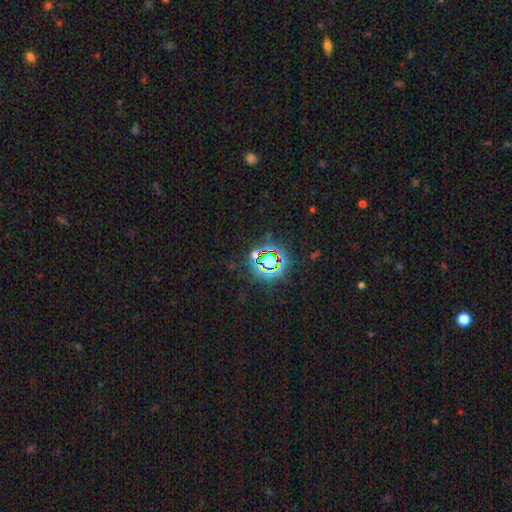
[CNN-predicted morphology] smooth_or_featured: star or artifact (p=0.76) [alt: smooth p=0.15]